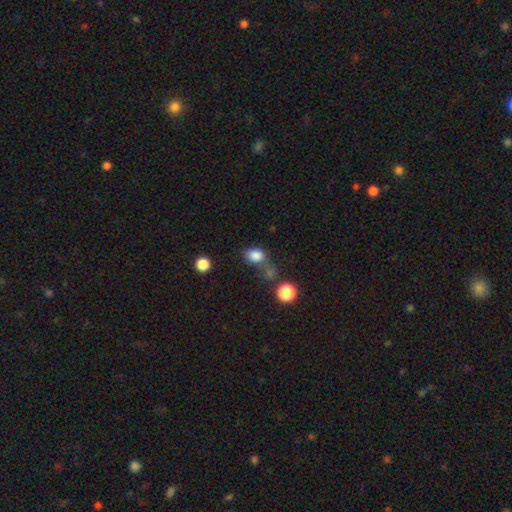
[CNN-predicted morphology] Smooth or featured: smooth — 83% (star or artifact — 12%)
How rounded: in between — 62% (round — 36%)
Merging: none — 52% (merger — 21%)